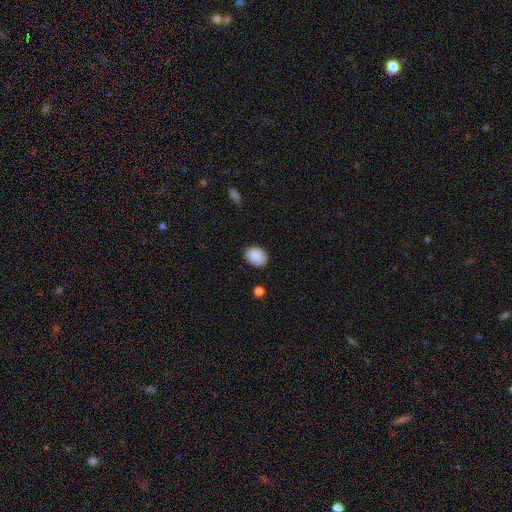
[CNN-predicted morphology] type=smooth (89%); roundness=in between (64%); merging=none (84%).